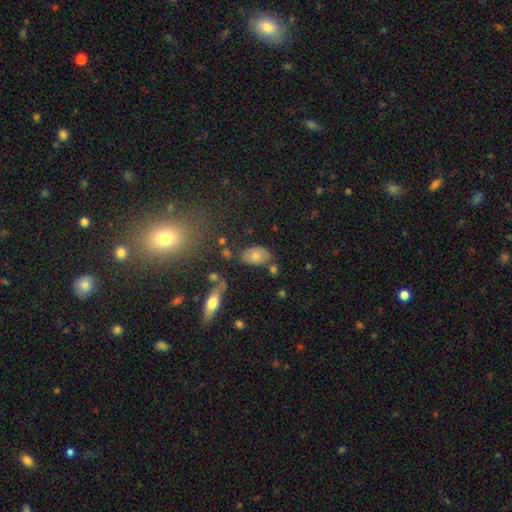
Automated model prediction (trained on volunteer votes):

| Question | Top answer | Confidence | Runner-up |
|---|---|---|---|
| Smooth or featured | smooth | 72% | featured or disk (18%) |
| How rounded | in between | 90% | round (8%) |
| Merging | none | 69% | minor disturbance (18%) |